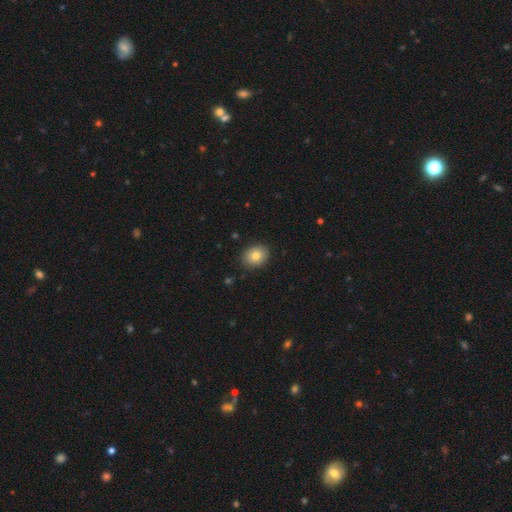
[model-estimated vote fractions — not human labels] smooth_or_featured: smooth (p=0.80) [alt: featured or disk p=0.10]
how_rounded: round (p=0.55) [alt: in between p=0.45]
merging: none (p=0.88) [alt: minor disturbance p=0.09]